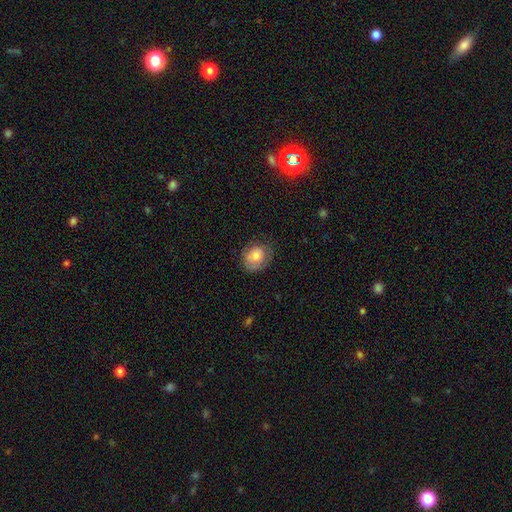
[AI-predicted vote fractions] Q: Smooth or featured?
A: smooth (72%); runner-up: featured or disk (20%)
Q: How rounded?
A: round (56%); runner-up: in between (43%)
Q: Merging?
A: none (68%); runner-up: minor disturbance (23%)